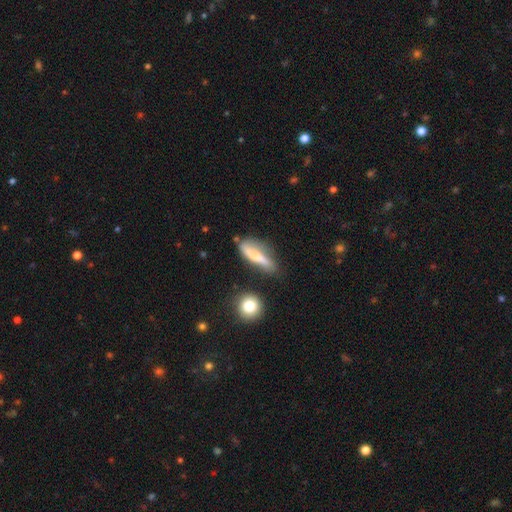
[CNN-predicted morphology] smooth_or_featured: smooth (p=0.62) [alt: featured or disk p=0.30]
how_rounded: cigar-shaped (p=0.62) [alt: in between p=0.34]
merging: none (p=0.54) [alt: minor disturbance p=0.28]